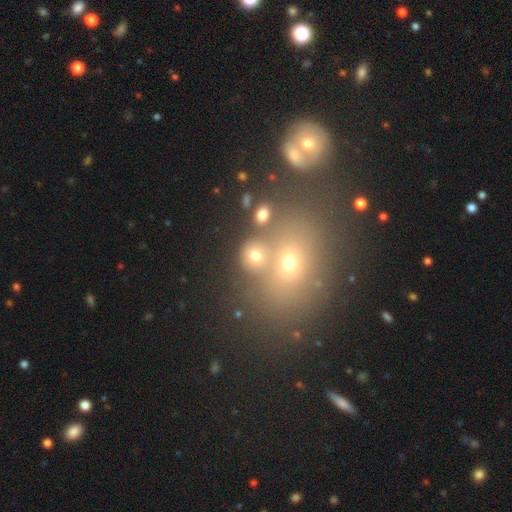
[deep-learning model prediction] A smooth galaxy with no disk features (70%) that is round (66%). Merging: none (54%).